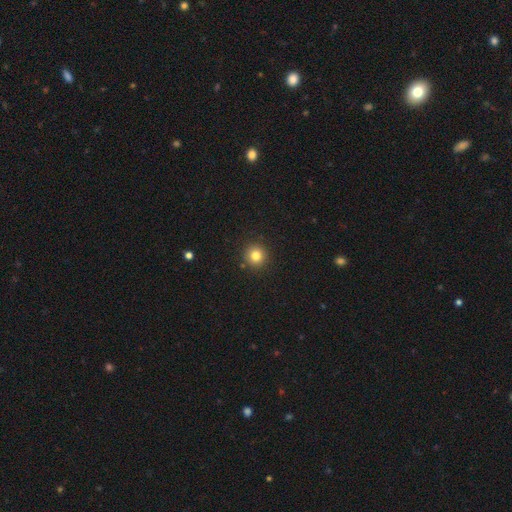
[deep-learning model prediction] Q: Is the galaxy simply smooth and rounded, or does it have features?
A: smooth — 82%.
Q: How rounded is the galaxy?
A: round — 94%.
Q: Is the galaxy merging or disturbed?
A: none — 91%.